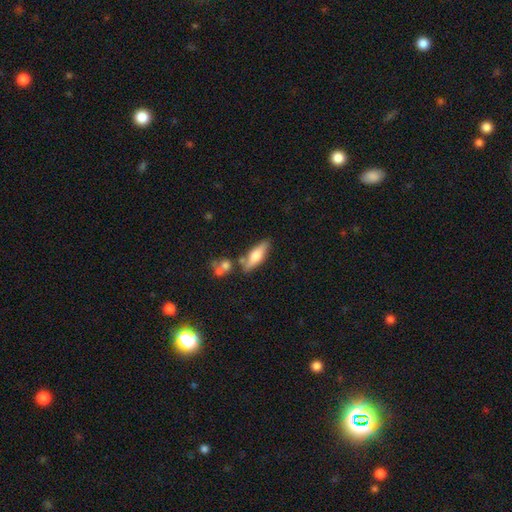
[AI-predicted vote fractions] smooth-or-featured: smooth: 57% | featured or disk: 36% | star or artifact: 7%
  how-rounded: in between: 49% (tied) | cigar-shaped: 49% (tied) | round: 3%
  merging: none: 72% | minor disturbance: 14% | merger: 10% | major disturbance: 4%